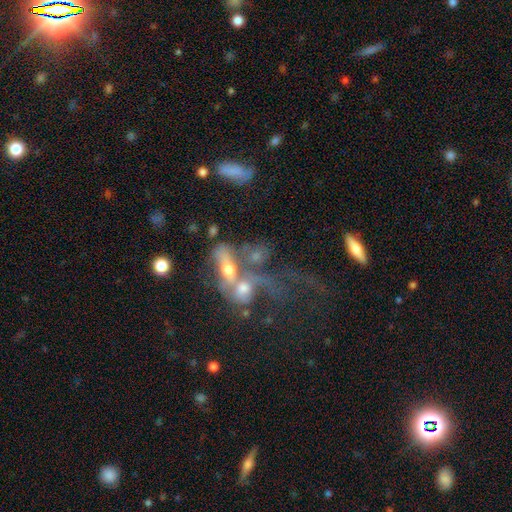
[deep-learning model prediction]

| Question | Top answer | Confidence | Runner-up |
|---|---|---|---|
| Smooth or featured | featured or disk | 47% | smooth (39%) |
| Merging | merger | 66% | major disturbance (15%) |